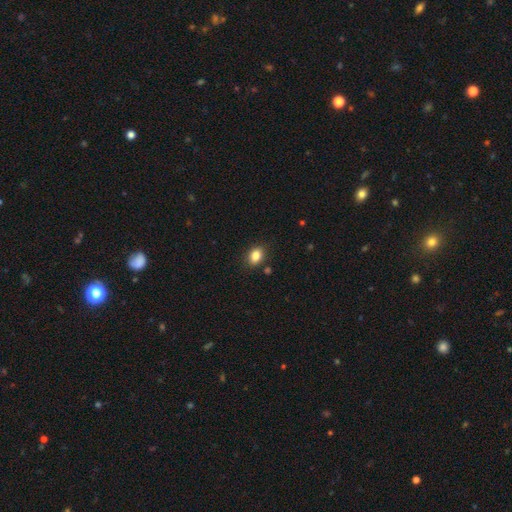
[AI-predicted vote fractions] smooth_or_featured: smooth (p=0.84) [alt: star or artifact p=0.09]
how_rounded: in between (p=0.74) [alt: round p=0.25]
merging: none (p=0.85) [alt: minor disturbance p=0.10]